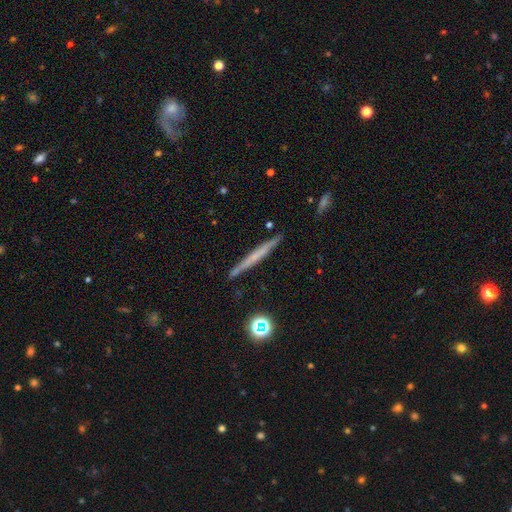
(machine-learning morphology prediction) featured or disk 50%, smooth 42%, star or artifact 8%. Down the decision tree: edge-on disk — yes (97%); merging — none (89%).